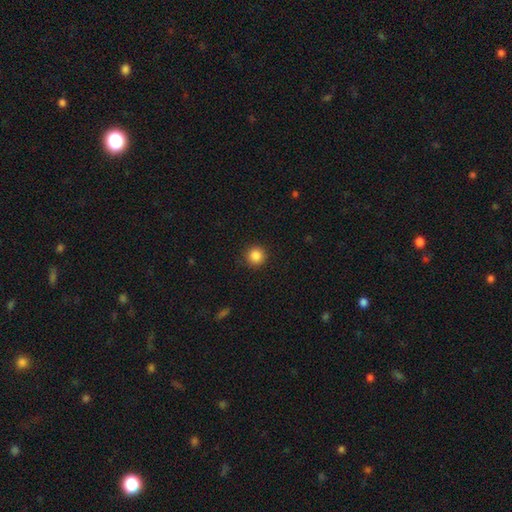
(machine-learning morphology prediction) Smooth or featured?
  - smooth: 87% *
  - star or artifact: 10%
  - featured or disk: 4%
How rounded?
  - round: 94% *
  - in between: 5%
  - cigar-shaped: 1%
Merging?
  - none: 90% *
  - minor disturbance: 6%
  - major disturbance: 2%
  - merger: 1%